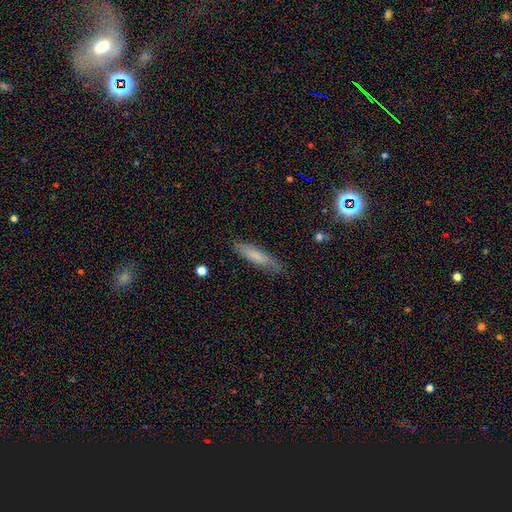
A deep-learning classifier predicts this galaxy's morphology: type=smooth (72%); roundness=cigar-shaped (80%); merging=none (82%).